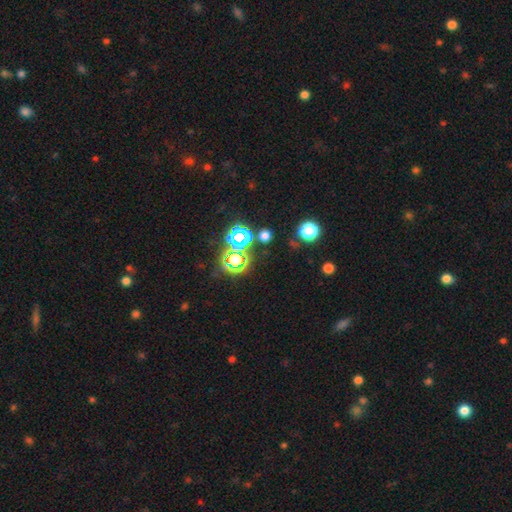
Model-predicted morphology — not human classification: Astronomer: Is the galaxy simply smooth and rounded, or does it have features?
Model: star or artifact — 72%.